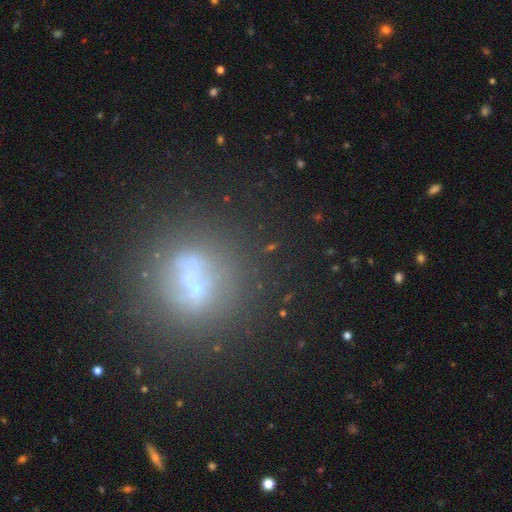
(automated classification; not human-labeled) Smooth or featured? featured or disk (44%)
Merging? none (72%)